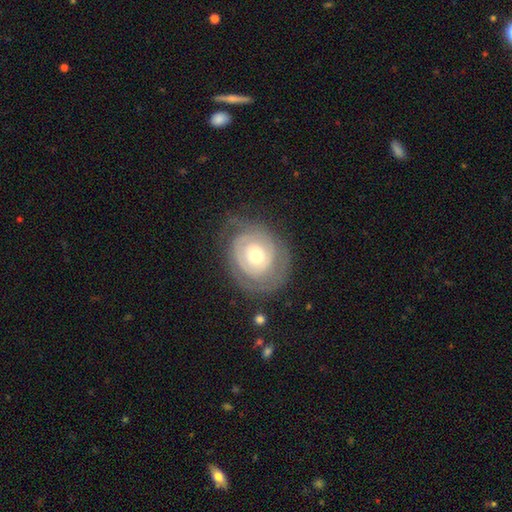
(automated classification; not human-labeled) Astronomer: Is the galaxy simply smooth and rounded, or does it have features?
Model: featured or disk — 72%.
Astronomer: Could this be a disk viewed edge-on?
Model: no — 96%.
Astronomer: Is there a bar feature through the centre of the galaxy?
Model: no — 83%.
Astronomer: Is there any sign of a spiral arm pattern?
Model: yes — 72%.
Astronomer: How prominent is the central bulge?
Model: moderate — 58%.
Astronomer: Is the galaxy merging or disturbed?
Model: none — 69%.